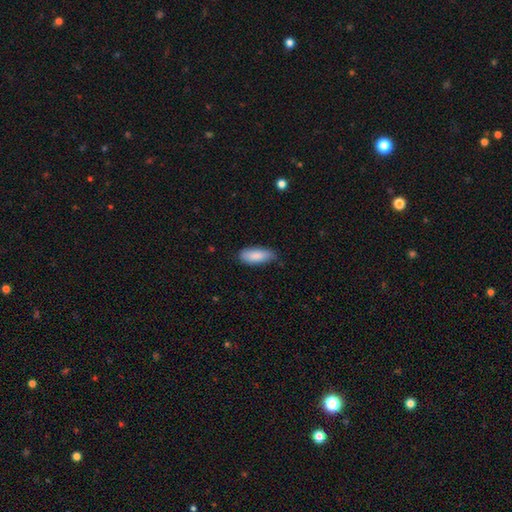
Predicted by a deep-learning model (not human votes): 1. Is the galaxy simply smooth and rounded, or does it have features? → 86% smooth, 8% featured or disk, 6% star or artifact.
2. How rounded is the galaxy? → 79% in between, 20% cigar-shaped, 2% round.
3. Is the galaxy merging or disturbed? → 71% none, 25% minor disturbance, 3% major disturbance, 1% merger.